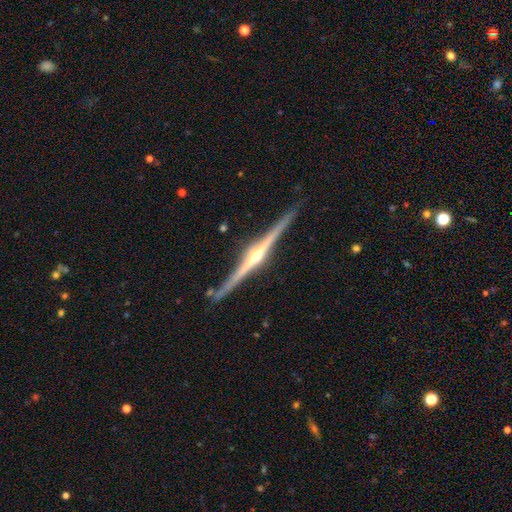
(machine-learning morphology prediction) The model was most divided on "merging": none: 88%, minor disturbance: 9%, merger: 2%, major disturbance: 2%. More confident: edge-on disk — yes (99%); edge-on bulge — rounded (91%); smooth or featured — featured or disk (89%).